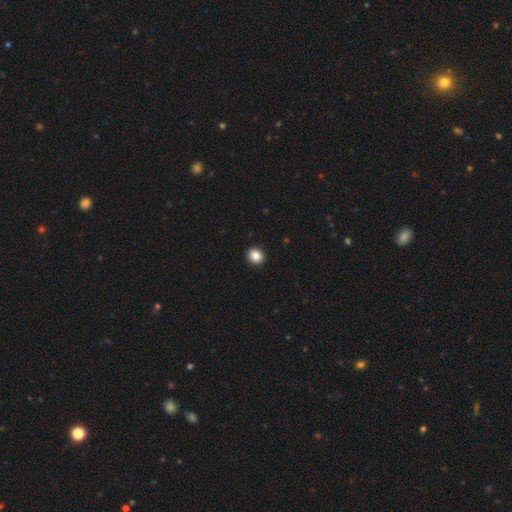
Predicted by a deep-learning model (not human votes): A smooth galaxy with no disk features (85%) that is round (83%). Merging: none (93%).